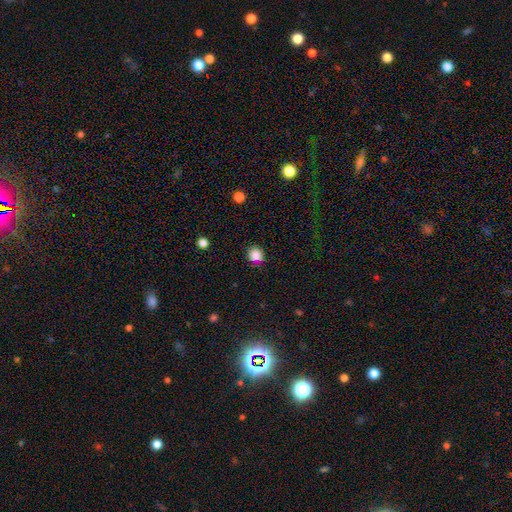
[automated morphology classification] smooth-or-featured: smooth: 84% | star or artifact: 12% | featured or disk: 4%
  how-rounded: round: 82% | in between: 17% | cigar-shaped: 1%
  merging: none: 83% | minor disturbance: 12% | major disturbance: 3% | merger: 3%